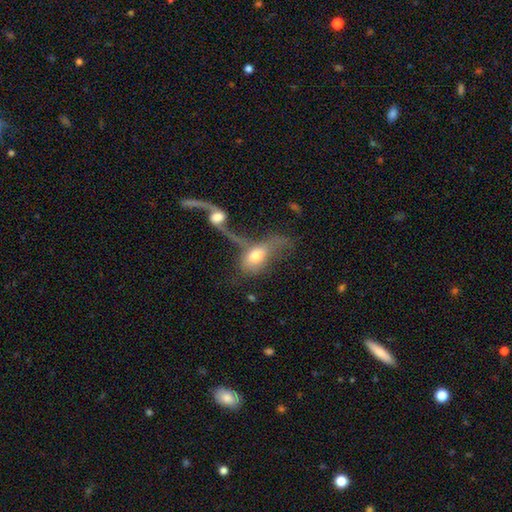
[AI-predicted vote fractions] A smooth galaxy with no disk features (48%).

Vote fractions:
- Smooth or featured? smooth: 48% / featured or disk: 43% / star or artifact: 9%
- Merging? merger: 64% / major disturbance: 17% / none: 12% / minor disturbance: 7%